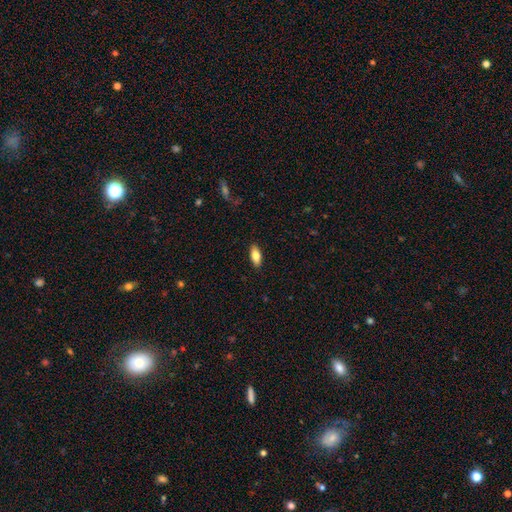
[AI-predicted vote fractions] Q: Smooth or featured?
A: smooth (78%); runner-up: featured or disk (15%)
Q: How rounded?
A: in between (84%); runner-up: cigar-shaped (14%)
Q: Merging?
A: none (89%); runner-up: minor disturbance (8%)